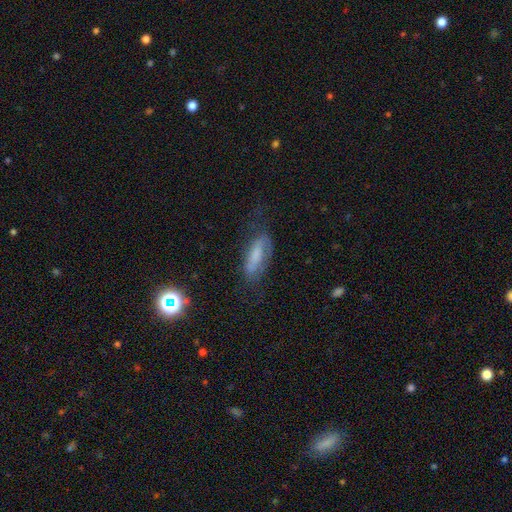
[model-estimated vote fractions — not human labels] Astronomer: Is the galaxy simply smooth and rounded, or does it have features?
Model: smooth — 48% (runner-up: featured or disk, 40%).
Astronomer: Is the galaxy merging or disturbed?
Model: none — 54%.